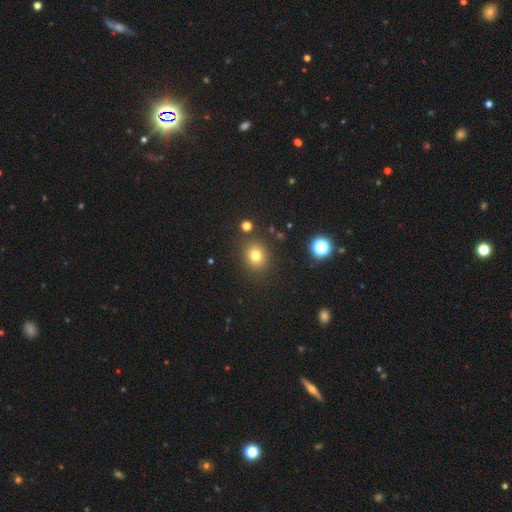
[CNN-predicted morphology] Smooth or featured? smooth (77%)
How rounded? round (74%)
Merging? none (86%)